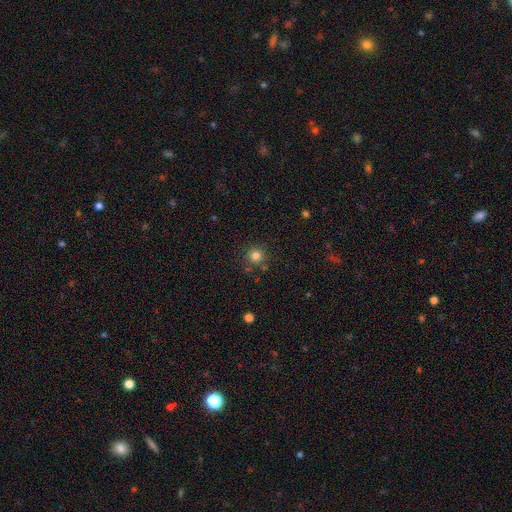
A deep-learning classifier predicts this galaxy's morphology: The model was most divided on "smooth or featured": smooth: 81%, star or artifact: 13%, featured or disk: 6%. More confident: how rounded — round (94%); merging — none (82%).